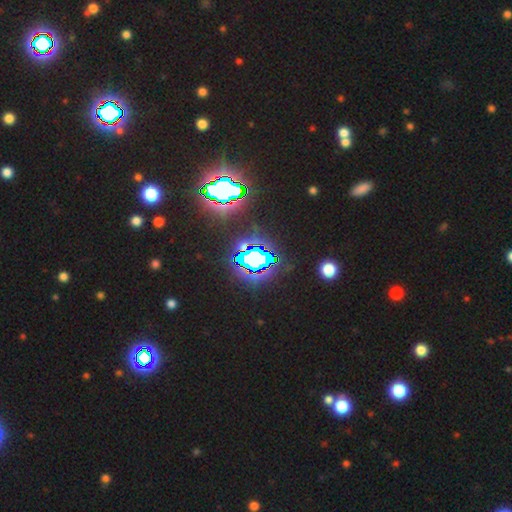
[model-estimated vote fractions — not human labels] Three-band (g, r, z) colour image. It shows a star or artifact, not a galaxy (71%).